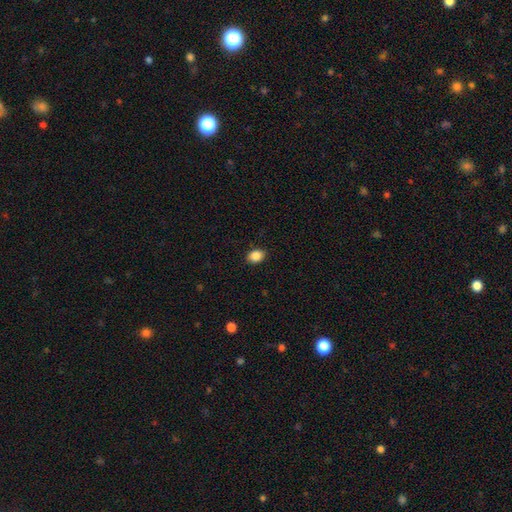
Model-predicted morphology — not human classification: A smooth galaxy with no disk features (88%) that is in between round and cigar-shaped (66%). Merging: none (89%).